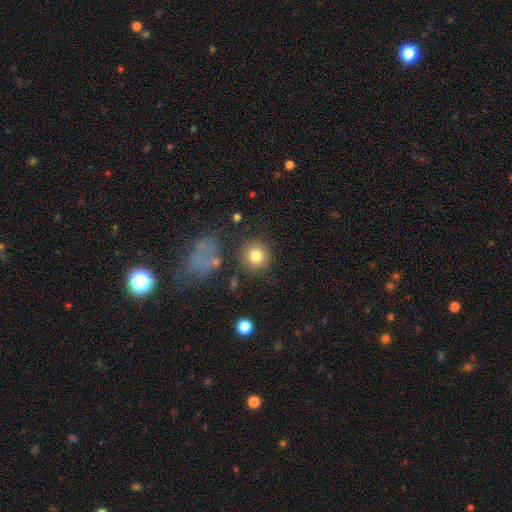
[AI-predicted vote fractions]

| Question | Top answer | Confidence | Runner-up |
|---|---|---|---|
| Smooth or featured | smooth | 83% | star or artifact (10%) |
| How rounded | round | 92% | in between (7%) |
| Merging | none | 83% | minor disturbance (9%) |